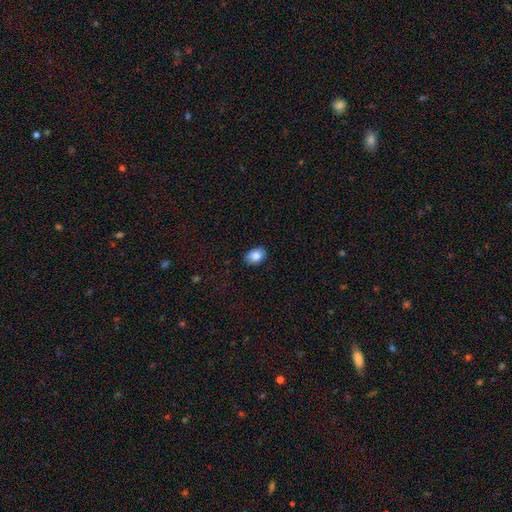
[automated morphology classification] type=smooth (84%); roundness=in between (77%); merging=none (85%).